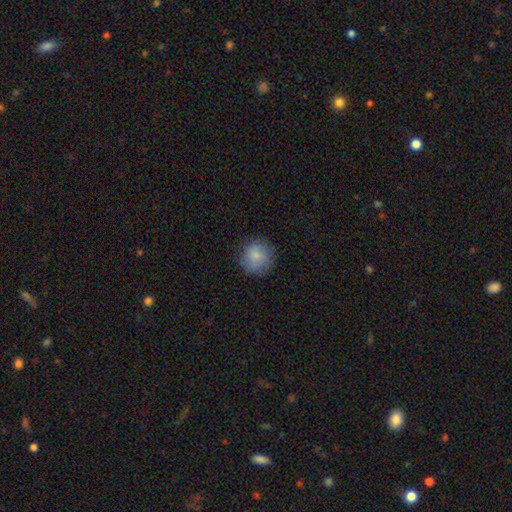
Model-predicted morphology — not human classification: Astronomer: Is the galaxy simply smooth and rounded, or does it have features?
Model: smooth — 86%.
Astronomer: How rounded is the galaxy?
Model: round — 92%.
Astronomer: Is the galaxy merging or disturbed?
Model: none — 83%.